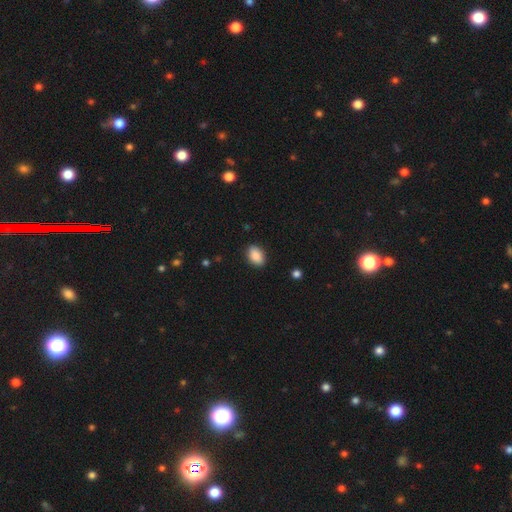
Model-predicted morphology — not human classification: A smooth galaxy with no disk features (89%) that is in between round and cigar-shaped (86%). Merging: none (88%).